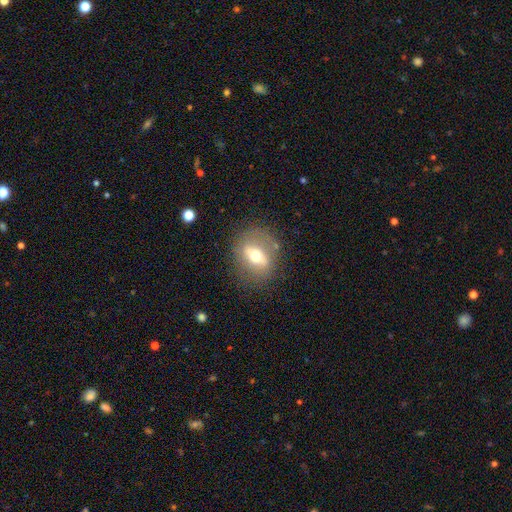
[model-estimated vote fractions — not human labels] smooth_or_featured: featured or disk (p=0.51) [alt: smooth p=0.40]
disk_edge_on: no (p=0.69) [alt: yes p=0.31]
merging: none (p=0.80) [alt: minor disturbance p=0.12]